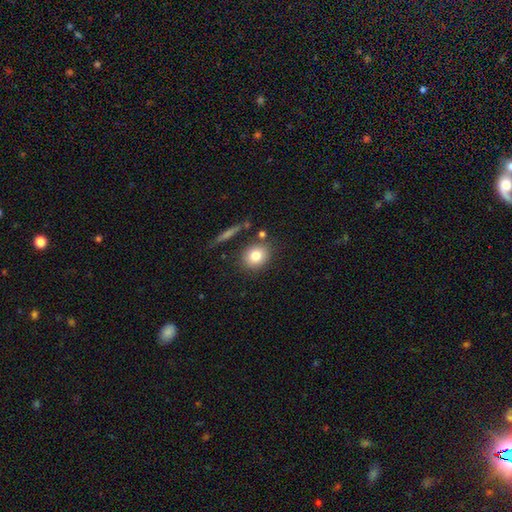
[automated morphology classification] Q: Smooth or featured?
A: smooth (80%); runner-up: featured or disk (11%)
Q: How rounded?
A: round (67%); runner-up: in between (31%)
Q: Merging?
A: none (78%); runner-up: minor disturbance (11%)